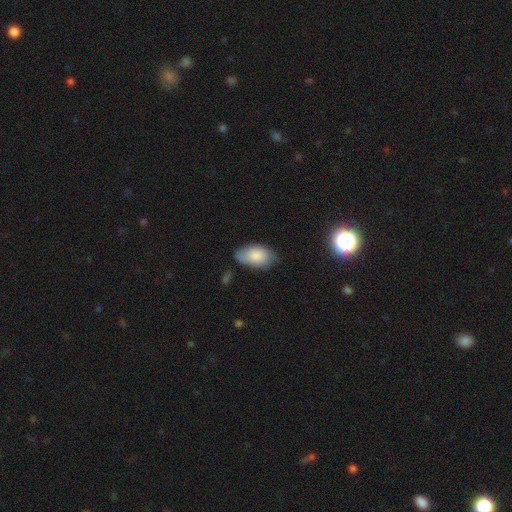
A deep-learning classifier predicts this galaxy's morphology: smooth-or-featured: smooth: 81% | featured or disk: 13% | star or artifact: 6%
  how-rounded: in between: 94% | round: 5% | cigar-shaped: 2%
  merging: none: 66% | minor disturbance: 27% | major disturbance: 5% | merger: 3%